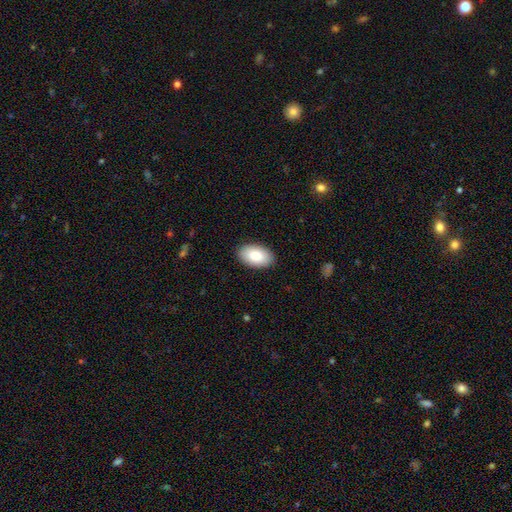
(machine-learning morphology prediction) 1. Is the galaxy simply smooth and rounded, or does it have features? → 85% smooth, 9% featured or disk, 6% star or artifact.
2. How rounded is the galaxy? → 94% in between, 5% round, 1% cigar-shaped.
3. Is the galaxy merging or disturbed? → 89% none, 8% minor disturbance, 2% major disturbance, 1% merger.